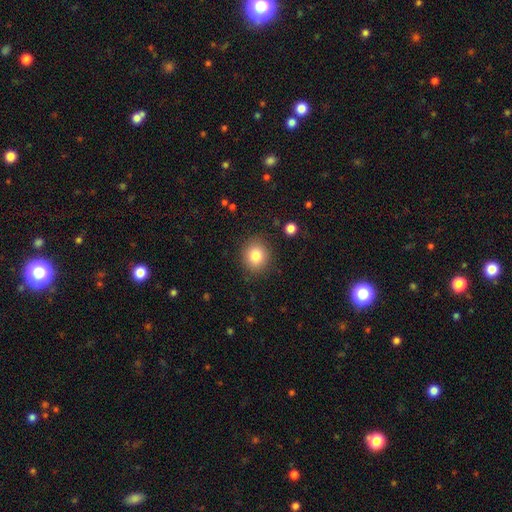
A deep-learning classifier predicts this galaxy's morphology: Smooth or featured: smooth — 82% (star or artifact — 10%)
How rounded: round — 80% (in between — 20%)
Merging: none — 87% (minor disturbance — 8%)